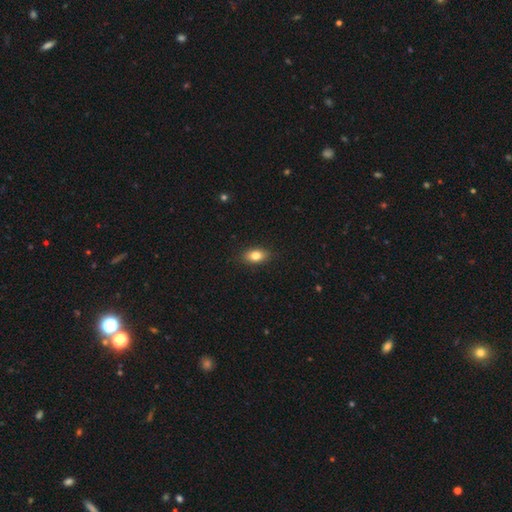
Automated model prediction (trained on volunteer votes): This appears to be a smooth galaxy with no disk features (81%) that is in between round and cigar-shaped (85%). Merging: none (88%).